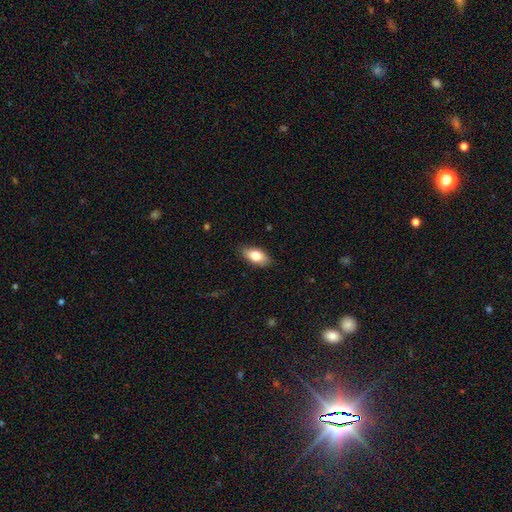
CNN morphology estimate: A smooth galaxy with no disk features (79%) that is in between round and cigar-shaped (89%). Merging: none (86%).